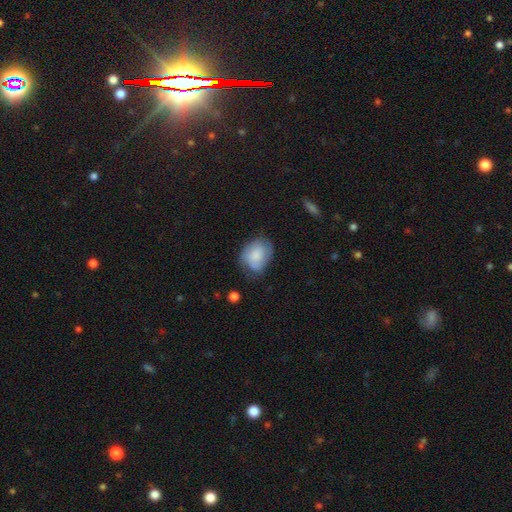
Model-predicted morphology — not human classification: Overall: smooth (73%). How rounded: in between (64%; round 35%). Merging: none (55%; minor disturbance 32%).